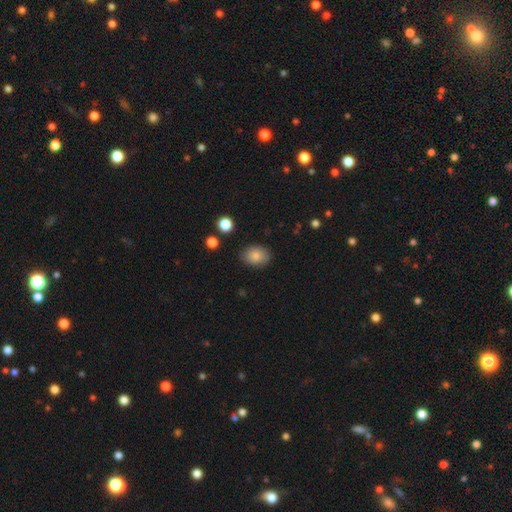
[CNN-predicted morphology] This is clearly a smooth galaxy (84%). How rounded: likely in between (70%). Merging: clearly none (84%).